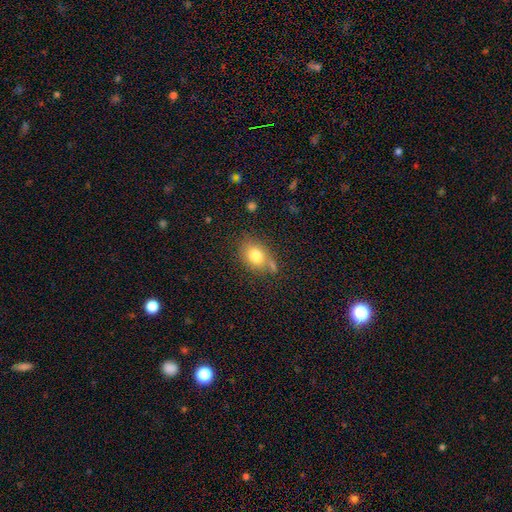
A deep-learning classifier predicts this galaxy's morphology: type=smooth (78%); roundness=in between (61%); merging=none (64%).